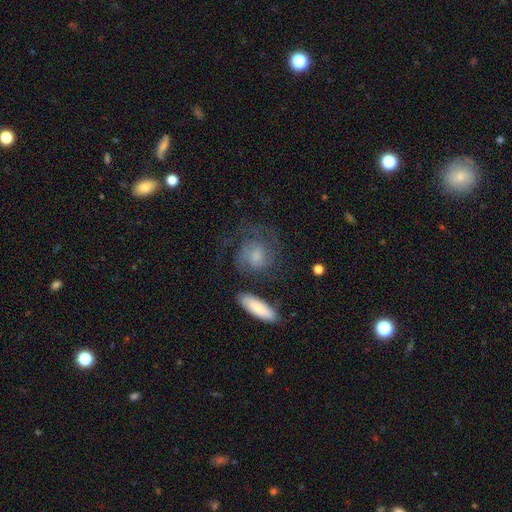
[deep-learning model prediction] Smooth or featured? Predicted: featured or disk (p=0.52). Edge-on disk? Predicted: no (p=0.95). Merging? Predicted: none (p=0.51).